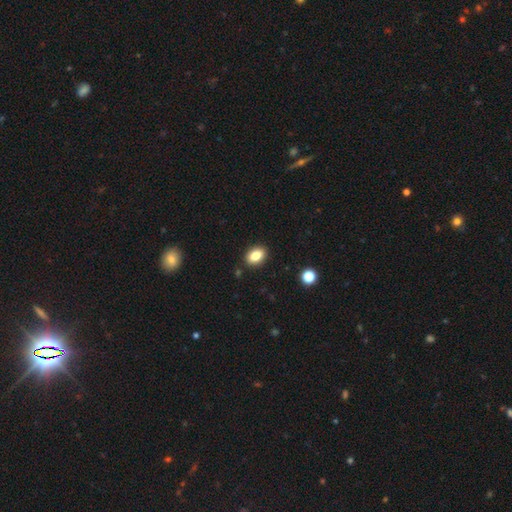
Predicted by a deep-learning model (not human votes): Q: Smooth or featured?
A: smooth (85%); runner-up: star or artifact (9%)
Q: How rounded?
A: in between (84%); runner-up: round (14%)
Q: Merging?
A: none (89%); runner-up: minor disturbance (8%)